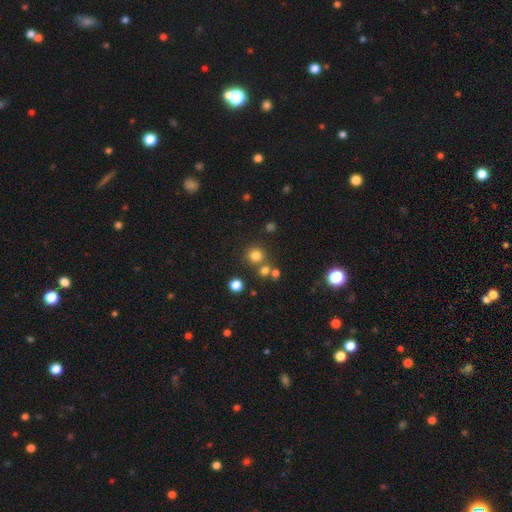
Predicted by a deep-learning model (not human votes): Q: Smooth or featured?
A: smooth (76%); runner-up: star or artifact (17%)
Q: How rounded?
A: round (92%); runner-up: in between (7%)
Q: Merging?
A: none (74%); runner-up: merger (16%)